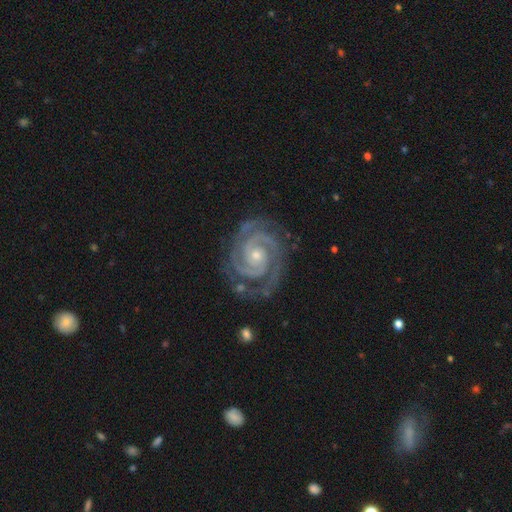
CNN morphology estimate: A featured or disk galaxy (94%) with no bar (69%), 2 (76%) tight (80%) spiral arms (99%) and a small central bulge (65%). Merging: none (78%).